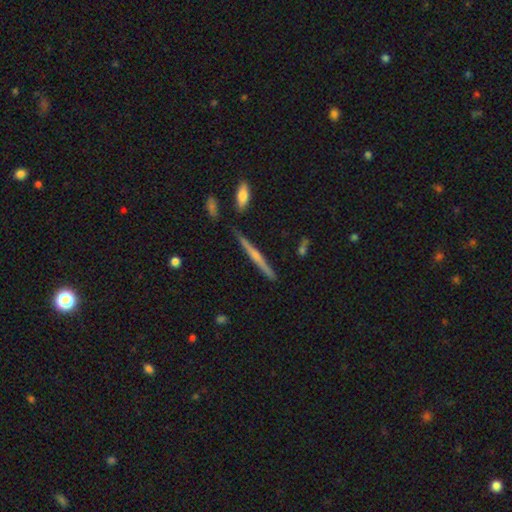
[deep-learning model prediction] Smooth or featured? Predicted: featured or disk (p=0.57). Edge-on disk? Predicted: yes (p=0.97). Edge-on bulge? Predicted: rounded (p=0.47). Merging? Predicted: none (p=0.85).